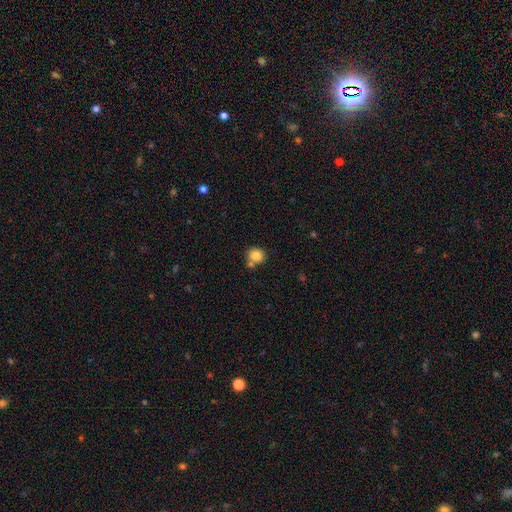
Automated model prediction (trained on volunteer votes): A smooth galaxy with no disk features (83%) that is round (83%). Merging: none (64%).